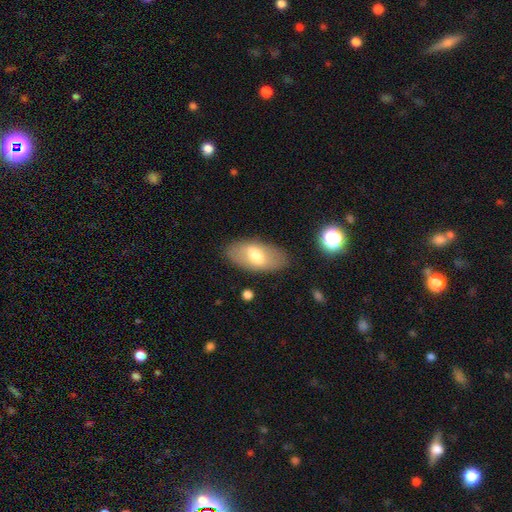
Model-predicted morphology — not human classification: Q: Smooth or featured?
A: smooth (58%); runner-up: featured or disk (35%)
Q: How rounded?
A: in between (93%); runner-up: round (4%)
Q: Merging?
A: none (82%); runner-up: minor disturbance (12%)